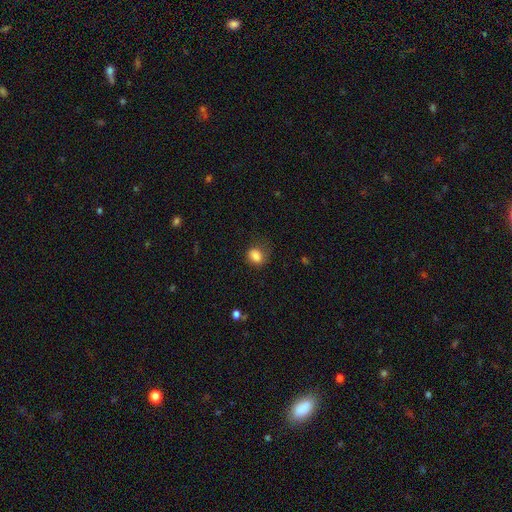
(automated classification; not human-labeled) Overall: smooth (85%). How rounded: in between (52%; round 47%). Merging: none (63%; minor disturbance 24%).